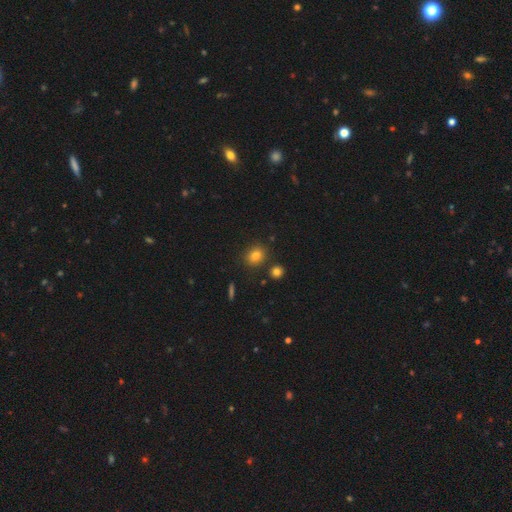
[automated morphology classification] This is clearly a smooth galaxy (81%). How rounded: likely round (68%). Merging: clearly none (84%).